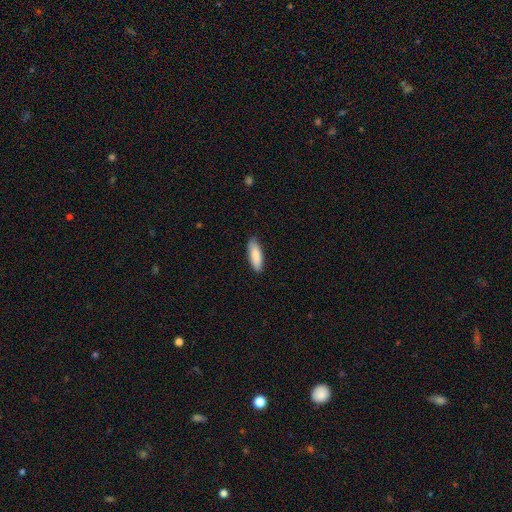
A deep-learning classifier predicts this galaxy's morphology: This appears to be a smooth galaxy with no disk features (88%) that is in between round and cigar-shaped (55%). Merging: none (86%).